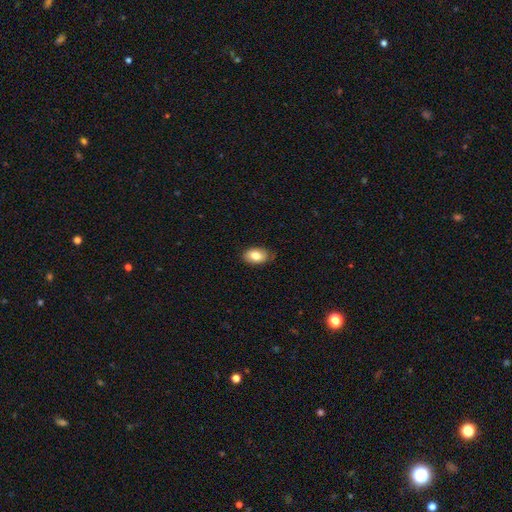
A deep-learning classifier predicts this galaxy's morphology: Smooth or featured? smooth (82%)
How rounded? in between (91%)
Merging? none (79%)